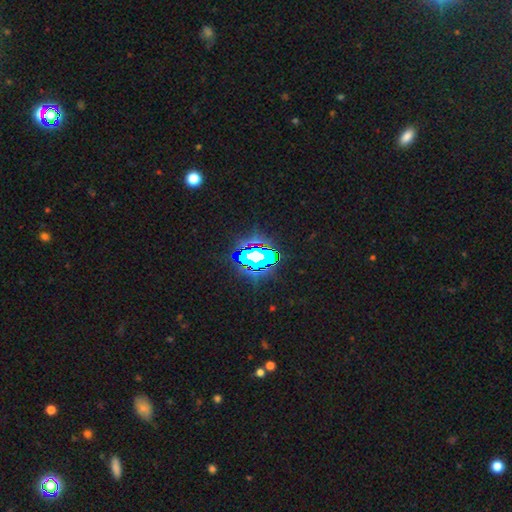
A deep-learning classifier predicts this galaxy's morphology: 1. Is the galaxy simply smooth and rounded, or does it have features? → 62% star or artifact, 21% smooth, 18% featured or disk.